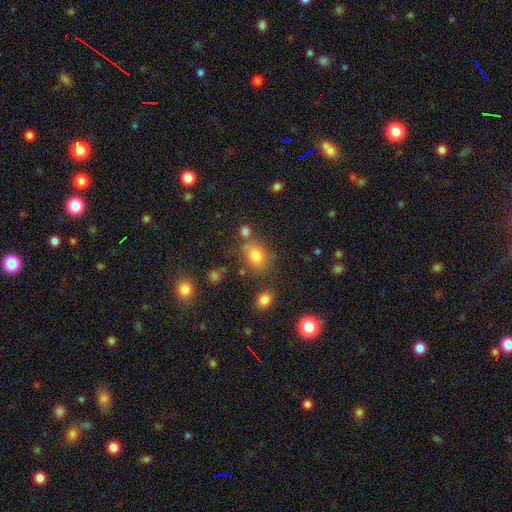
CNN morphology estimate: smooth 76%, star or artifact 15%, featured or disk 9%. Down the decision tree: how rounded — in between (59%); merging — none (67%).